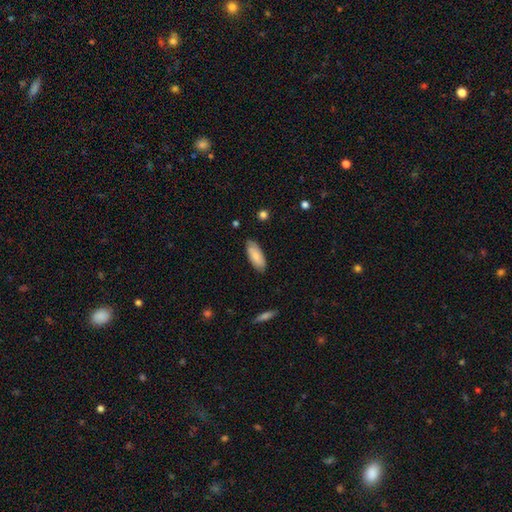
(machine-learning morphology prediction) A smooth galaxy with no disk features (81%) that is in between round and cigar-shaped (81%). Merging: none (84%).